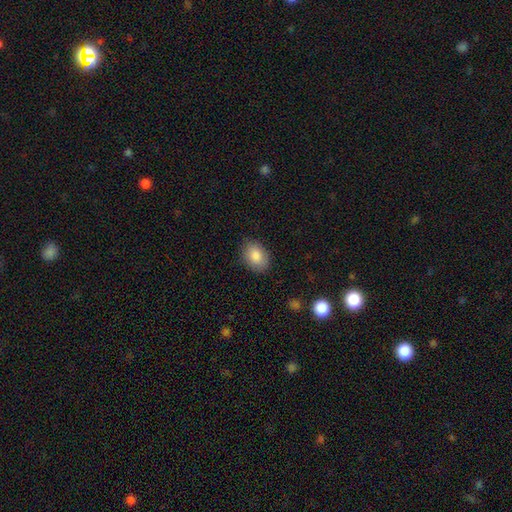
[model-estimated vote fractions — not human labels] Morphology: type=smooth (85%); roundness=in between (79%); merging=none (85%).